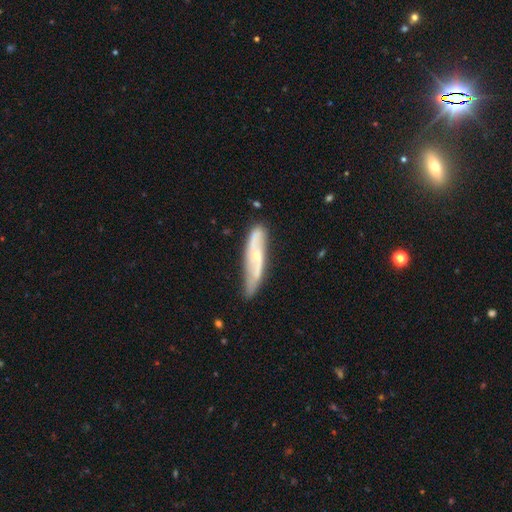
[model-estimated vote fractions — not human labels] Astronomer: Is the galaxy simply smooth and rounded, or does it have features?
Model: featured or disk — 72%.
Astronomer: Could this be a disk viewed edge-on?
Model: no — 67%.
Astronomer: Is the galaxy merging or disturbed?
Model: none — 71%.